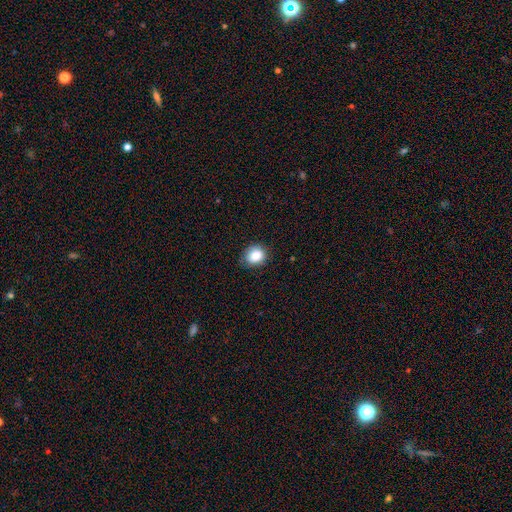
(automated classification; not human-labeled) Smooth or featured? Predicted: smooth (p=0.86). How rounded? Predicted: round (p=0.64). Merging? Predicted: none (p=0.75).